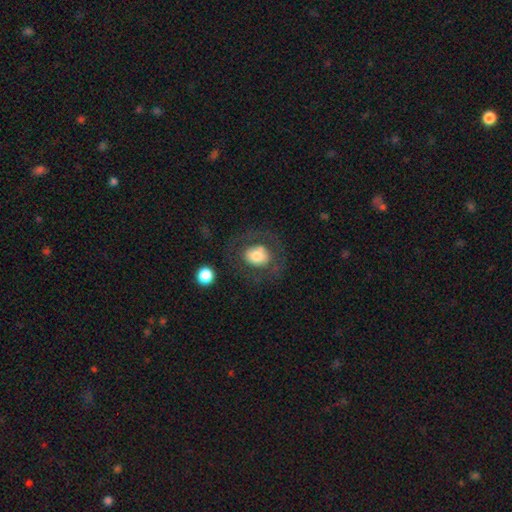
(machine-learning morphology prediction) Smooth or featured?
  - smooth: 63% *
  - featured or disk: 29%
  - star or artifact: 8%
How rounded?
  - round: 55% *
  - in between: 44%
  - cigar-shaped: 1%
Merging?
  - none: 62% *
  - major disturbance: 18%
  - minor disturbance: 16%
  - merger: 4%